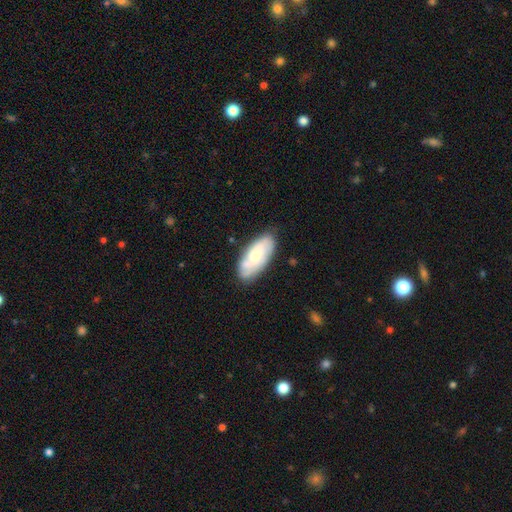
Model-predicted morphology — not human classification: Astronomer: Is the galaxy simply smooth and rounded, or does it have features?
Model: smooth — 49% (runner-up: featured or disk, 45%).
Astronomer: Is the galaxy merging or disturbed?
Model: none — 72%.